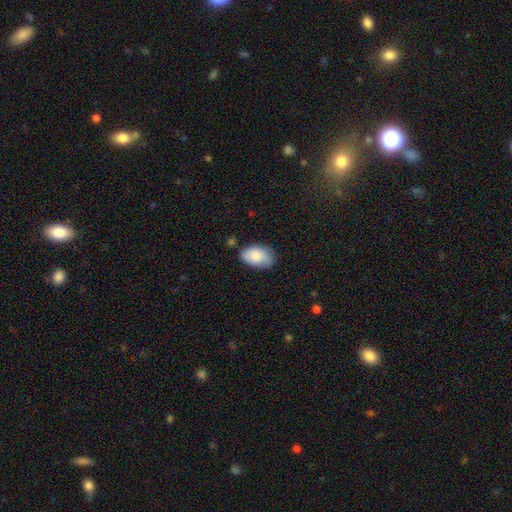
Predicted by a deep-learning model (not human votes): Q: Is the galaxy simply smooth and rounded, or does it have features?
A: smooth — 83%.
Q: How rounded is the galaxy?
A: in between — 91%.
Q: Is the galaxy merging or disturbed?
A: none — 66%.